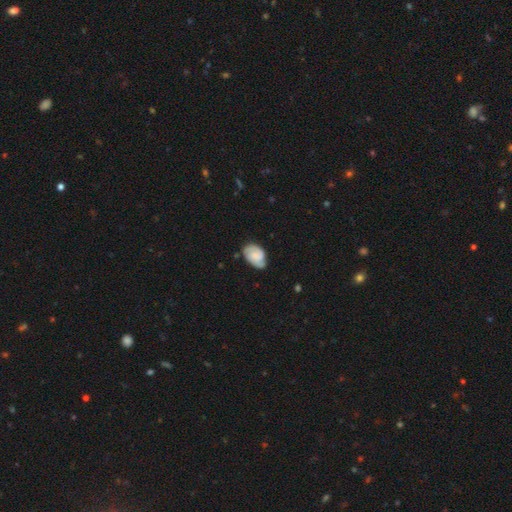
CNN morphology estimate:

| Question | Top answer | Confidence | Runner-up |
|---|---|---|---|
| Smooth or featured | featured or disk | 59% | smooth (33%) |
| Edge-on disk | no | 97% | yes (3%) |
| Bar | no | 61% | weak (32%) |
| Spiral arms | yes | 92% | no (8%) |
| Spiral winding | tight | 47% | medium (39%) |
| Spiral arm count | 2 | 72% | can't tell (12%) |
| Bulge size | none | 44% | small (29%) |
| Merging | none | 63% | minor disturbance (27%) |